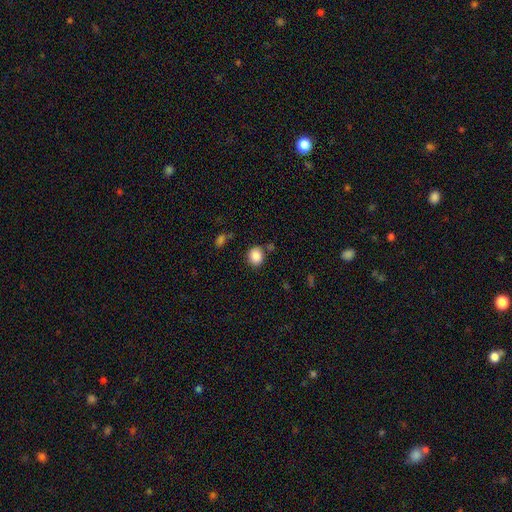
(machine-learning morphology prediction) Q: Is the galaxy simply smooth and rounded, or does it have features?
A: smooth — 87%.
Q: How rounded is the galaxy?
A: round — 74%.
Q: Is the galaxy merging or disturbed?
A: none — 77%.